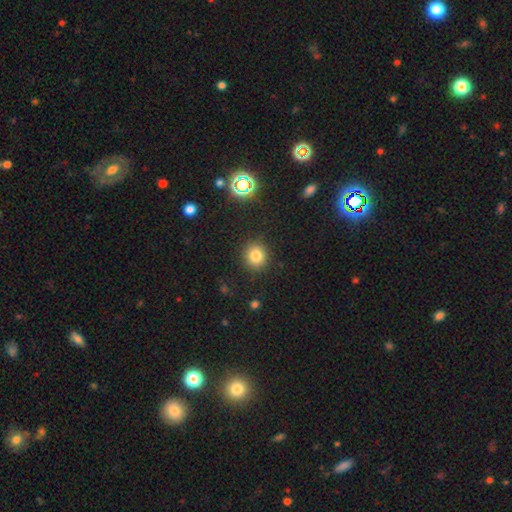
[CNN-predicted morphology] This is likely a smooth galaxy (79%). How rounded: clearly round (87%). Merging: clearly none (89%).